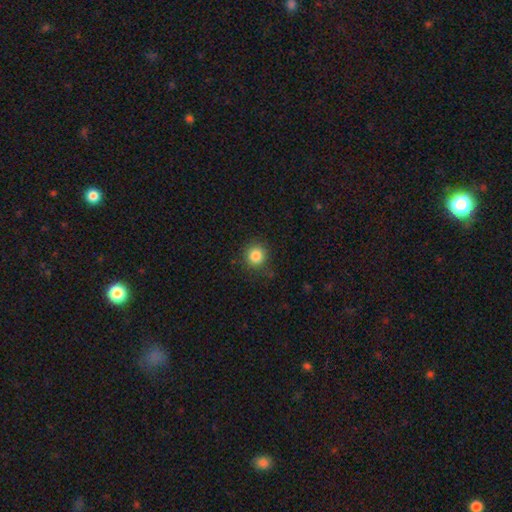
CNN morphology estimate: The model was most divided on "smooth or featured": smooth: 84%, star or artifact: 11%, featured or disk: 5%. More confident: how rounded — round (92%); merging — none (86%).